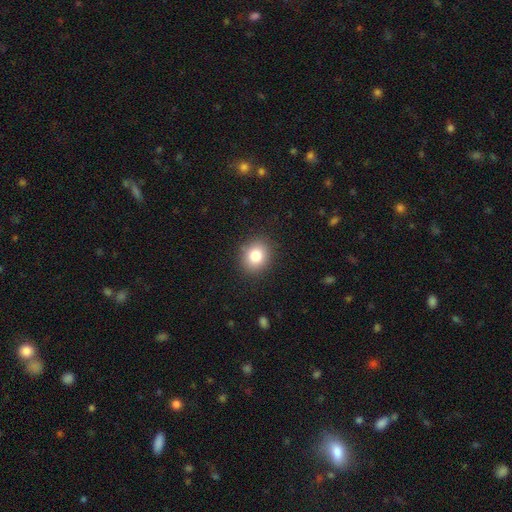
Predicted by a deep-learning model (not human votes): smooth 82%, star or artifact 10%, featured or disk 8%. Down the decision tree: how rounded — round (70%); merging — none (89%).